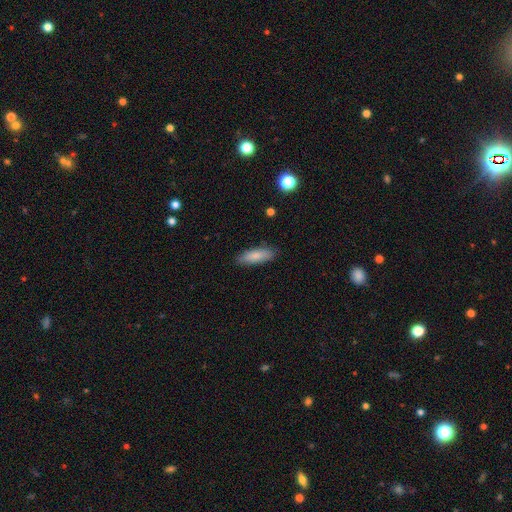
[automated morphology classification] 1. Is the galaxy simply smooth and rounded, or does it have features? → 83% smooth, 10% featured or disk, 6% star or artifact.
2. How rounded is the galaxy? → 55% in between, 43% cigar-shaped, 2% round.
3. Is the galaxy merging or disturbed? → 86% none, 11% minor disturbance, 2% major disturbance, 1% merger.